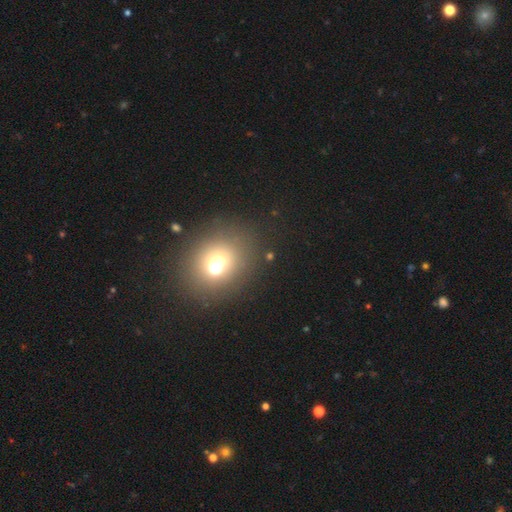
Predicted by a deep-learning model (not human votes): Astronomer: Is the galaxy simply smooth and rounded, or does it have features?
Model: smooth — 63%.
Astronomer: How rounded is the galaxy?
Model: round — 57% (runner-up: in between, 41%).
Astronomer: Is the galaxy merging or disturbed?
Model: none — 87%.